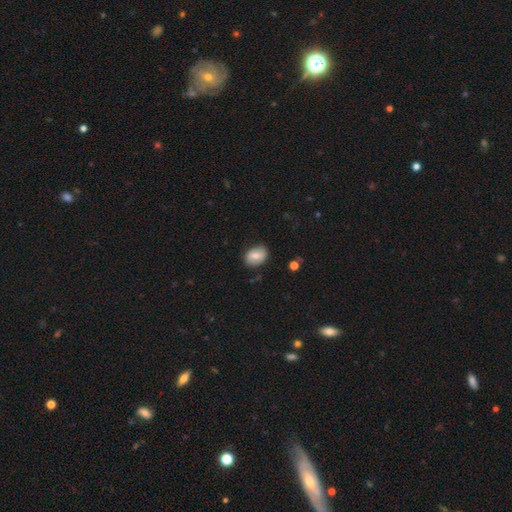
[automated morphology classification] A smooth galaxy with no disk features (73%) that is in between round and cigar-shaped (65%). Merging: none (82%).